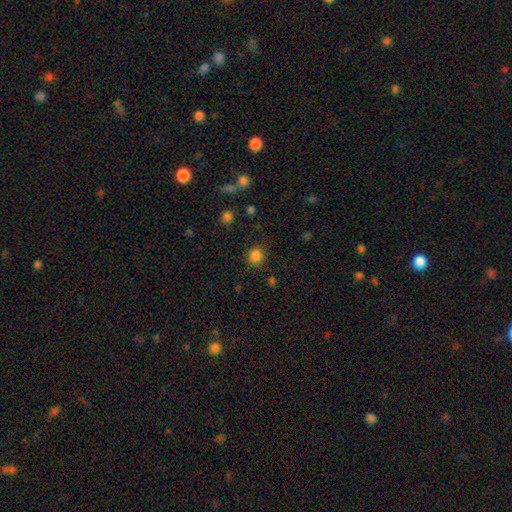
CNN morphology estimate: The model was most divided on "how rounded": round: 81%, in between: 18%, cigar-shaped: 1%. More confident: merging — none (86%); smooth or featured — smooth (84%).